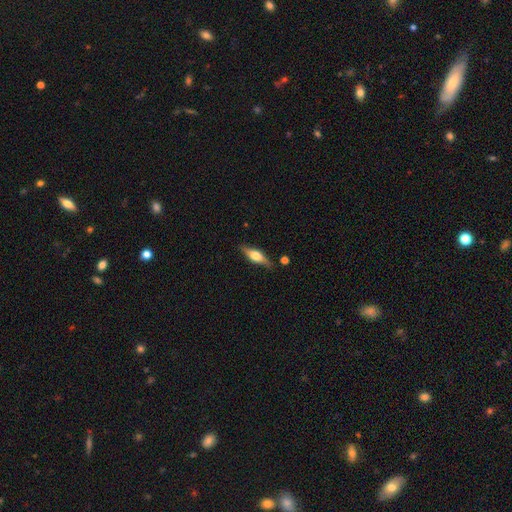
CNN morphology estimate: This appears to be a featured or disk galaxy (54%) viewed edge-on (91%). Merging: none (79%).